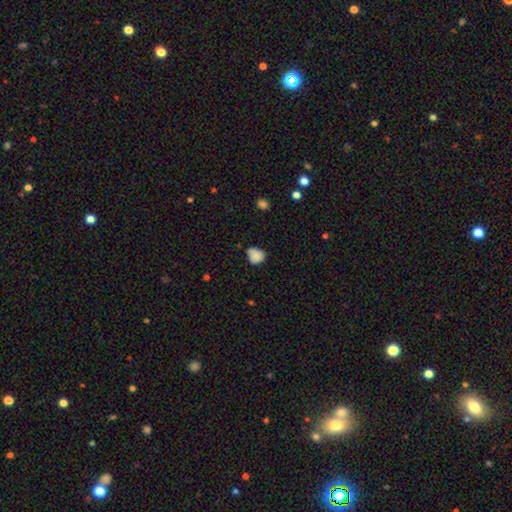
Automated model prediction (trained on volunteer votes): Smooth or featured?
  - smooth: 80% *
  - featured or disk: 11%
  - star or artifact: 9%
How rounded?
  - round: 70% *
  - in between: 29%
  - cigar-shaped: 1%
Merging?
  - none: 53% *
  - minor disturbance: 35%
  - major disturbance: 7%
  - merger: 6%